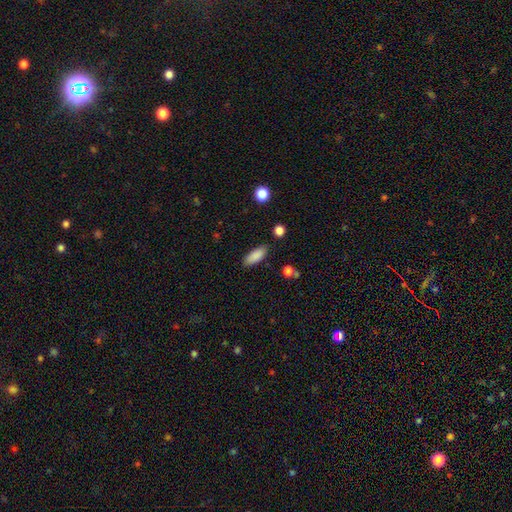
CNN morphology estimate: smooth-or-featured: smooth: 87% | star or artifact: 7% | featured or disk: 6%
  how-rounded: in between: 74% | cigar-shaped: 24% | round: 2%
  merging: none: 85% | minor disturbance: 11% | major disturbance: 3% | merger: 2%